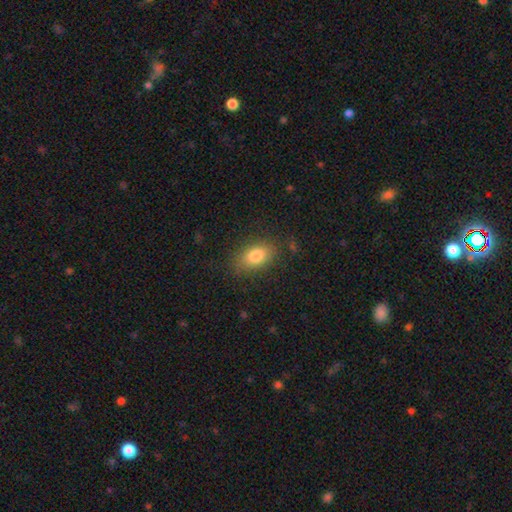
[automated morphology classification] type=smooth (81%); roundness=in between (87%); merging=none (80%).